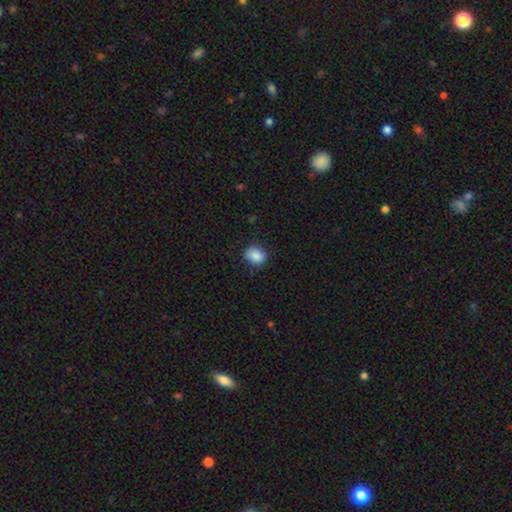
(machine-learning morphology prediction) Smooth or featured: smooth — 88% (star or artifact — 8%)
How rounded: round — 52% (in between — 47%)
Merging: none — 79% (minor disturbance — 17%)